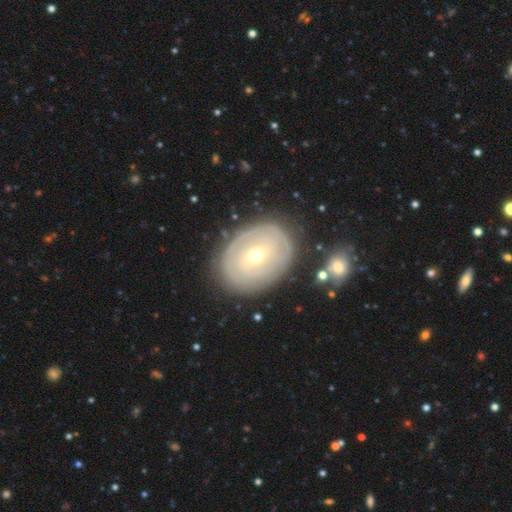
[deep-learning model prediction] smooth-or-featured: featured or disk: 66% | smooth: 27% | star or artifact: 7%
  disk-edge-on: no: 95% | yes: 5%
    bar: no: 58% | weak: 32% | strong: 11%
    has-spiral-arms: yes: 54% | no: 46%
    bulge-size: small: 55% | moderate: 41% | large: 2% | dominant: 1% | none: 1%
  merging: none: 78% | minor disturbance: 14% | major disturbance: 5% | merger: 3%